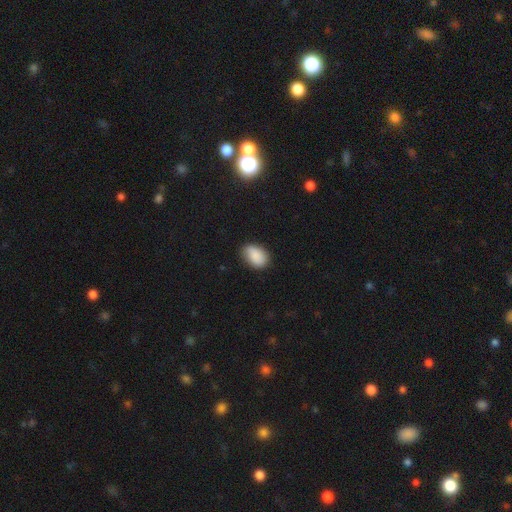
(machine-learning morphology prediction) Smooth or featured?
  - smooth: 88% *
  - star or artifact: 7%
  - featured or disk: 5%
How rounded?
  - in between: 86% *
  - round: 13%
  - cigar-shaped: 1%
Merging?
  - none: 75% *
  - minor disturbance: 20%
  - major disturbance: 4%
  - merger: 1%